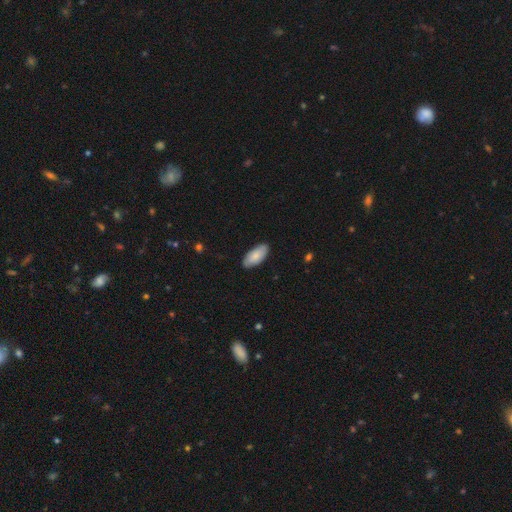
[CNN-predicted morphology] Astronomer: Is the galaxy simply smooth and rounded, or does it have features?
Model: smooth — 82%.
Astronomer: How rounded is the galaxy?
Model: in between — 92%.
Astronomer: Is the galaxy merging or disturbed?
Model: none — 86%.